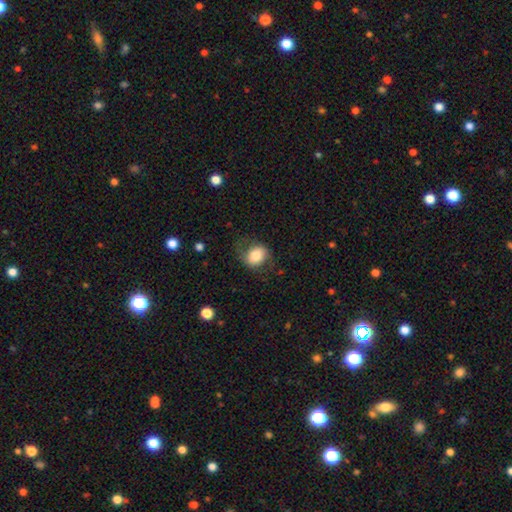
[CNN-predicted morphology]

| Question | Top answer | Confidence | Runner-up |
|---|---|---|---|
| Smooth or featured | smooth | 70% | featured or disk (22%) |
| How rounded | round | 53% | in between (46%) |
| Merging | none | 60% | minor disturbance (24%) |